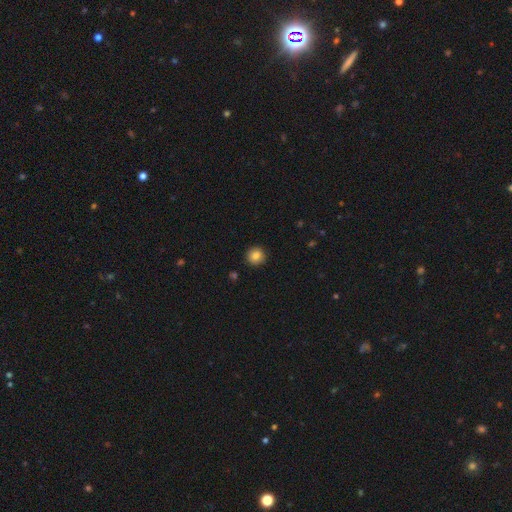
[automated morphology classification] A smooth galaxy with no disk features (85%) that is round (94%).

Vote fractions:
- Smooth or featured? smooth: 85% / star or artifact: 10% / featured or disk: 6%
- How rounded? round: 94% / in between: 5% / cigar-shaped: 1%
- Merging? none: 92% / minor disturbance: 5% / major disturbance: 2% / merger: 1%